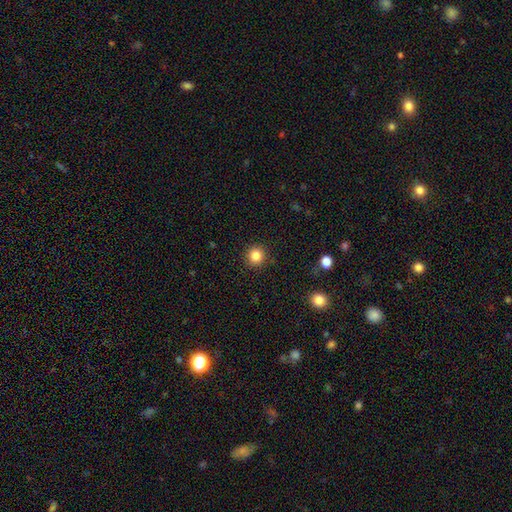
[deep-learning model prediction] The model was most divided on "smooth or featured": smooth: 84%, star or artifact: 11%, featured or disk: 5%. More confident: how rounded — round (93%); merging — none (91%).